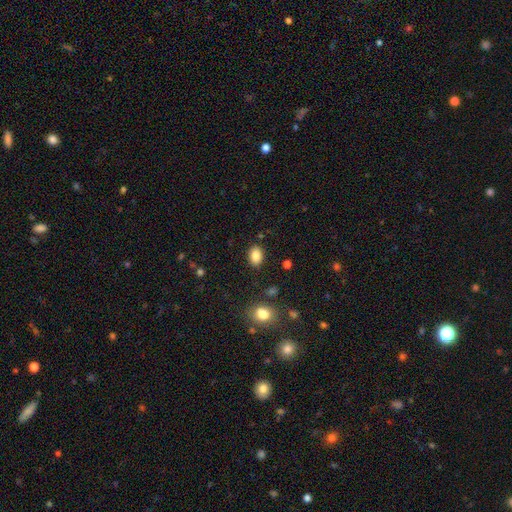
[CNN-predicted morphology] smooth_or_featured: smooth (p=0.85) [alt: star or artifact p=0.09]
how_rounded: in between (p=0.80) [alt: round p=0.19]
merging: none (p=0.86) [alt: minor disturbance p=0.09]